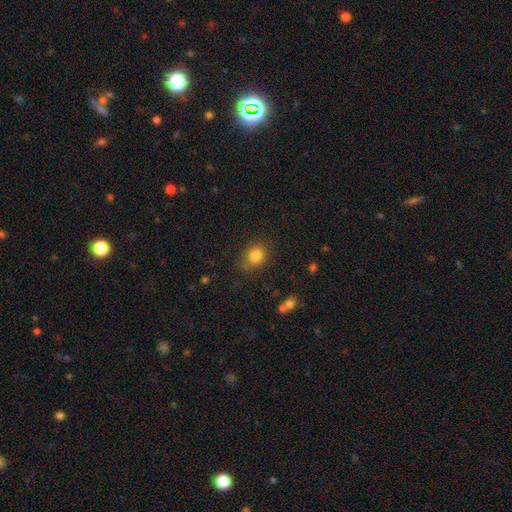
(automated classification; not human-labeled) Smooth or featured? smooth (83%)
How rounded? round (73%)
Merging? none (78%)